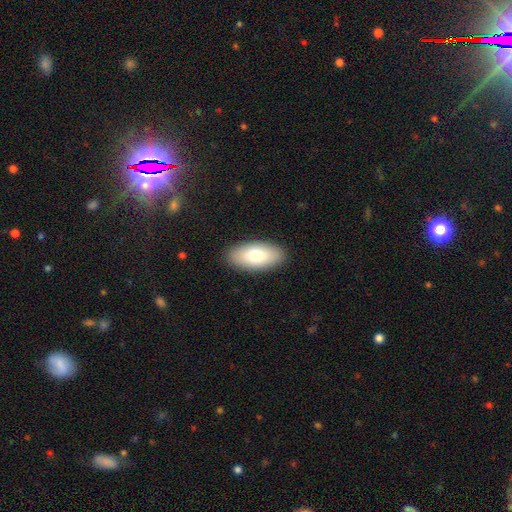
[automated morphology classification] Smooth or featured: smooth — 77% (featured or disk — 16%)
How rounded: in between — 93% (cigar-shaped — 5%)
Merging: none — 89% (minor disturbance — 8%)